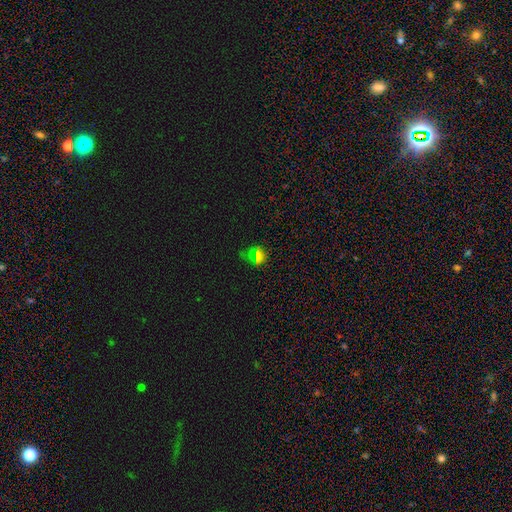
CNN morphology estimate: This is possibly a smooth galaxy (46%). Merging: likely none (76%).